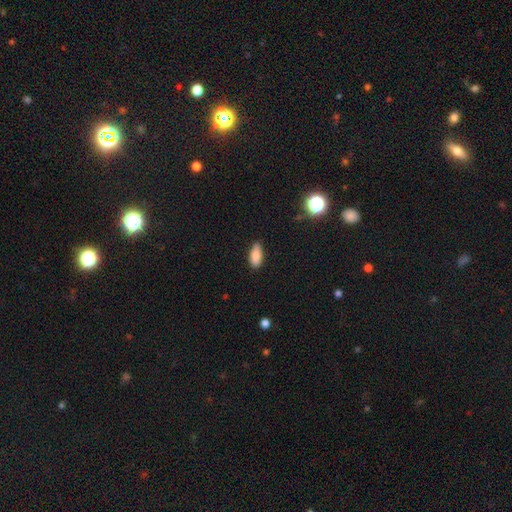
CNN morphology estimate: Smooth or featured?
  - smooth: 86% *
  - star or artifact: 8%
  - featured or disk: 6%
How rounded?
  - in between: 85% *
  - cigar-shaped: 12%
  - round: 3%
Merging?
  - none: 79% *
  - minor disturbance: 17%
  - major disturbance: 2%
  - merger: 1%